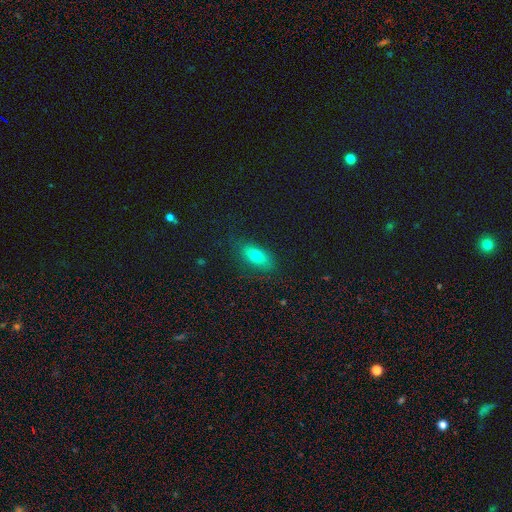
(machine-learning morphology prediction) Smooth or featured?
  - smooth: 75% *
  - featured or disk: 15%
  - star or artifact: 10%
How rounded?
  - in between: 82% *
  - cigar-shaped: 13%
  - round: 5%
Merging?
  - none: 77% *
  - minor disturbance: 16%
  - major disturbance: 6%
  - merger: 1%